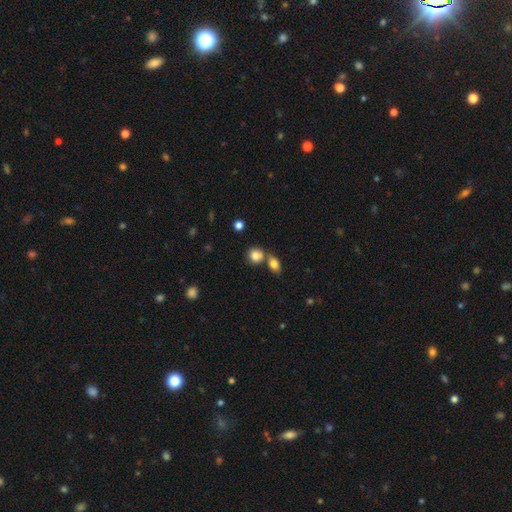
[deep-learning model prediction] Smooth or featured: smooth — 82% (star or artifact — 10%)
How rounded: round — 68% (in between — 31%)
Merging: none — 50% (merger — 35%)